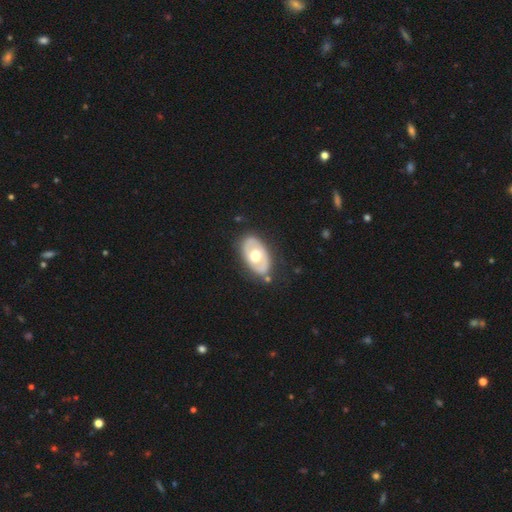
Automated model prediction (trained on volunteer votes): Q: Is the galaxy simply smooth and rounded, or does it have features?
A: featured or disk — 55%.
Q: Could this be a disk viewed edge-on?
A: no — 89%.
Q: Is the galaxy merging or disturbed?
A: none — 80%.